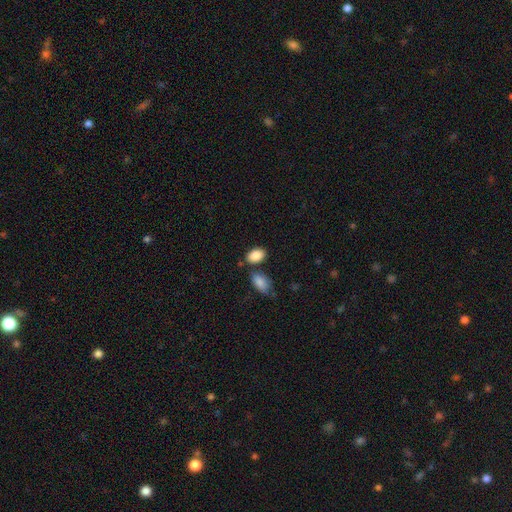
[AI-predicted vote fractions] A smooth galaxy with no disk features (87%) that is in between round and cigar-shaped (88%). Merging: none (69%).